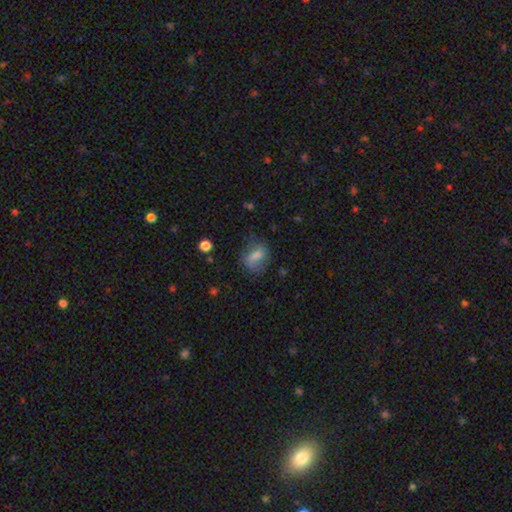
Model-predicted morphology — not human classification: smooth 68%, featured or disk 22%, star or artifact 10%. Down the decision tree: how rounded — in between (66%); merging — none (54%).